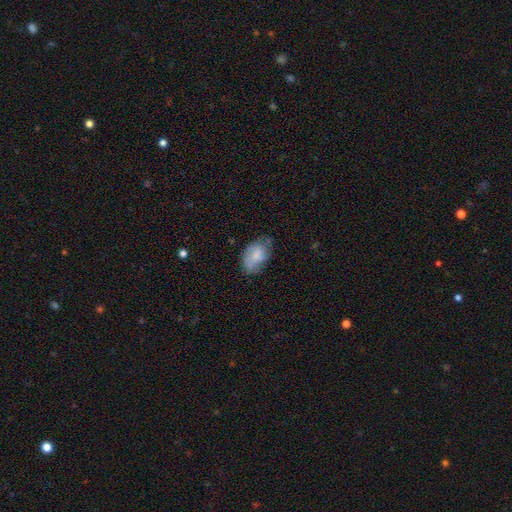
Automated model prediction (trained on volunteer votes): Q: Smooth or featured?
A: smooth (69%); runner-up: featured or disk (23%)
Q: How rounded?
A: in between (88%); runner-up: round (11%)
Q: Merging?
A: none (53%); runner-up: minor disturbance (32%)